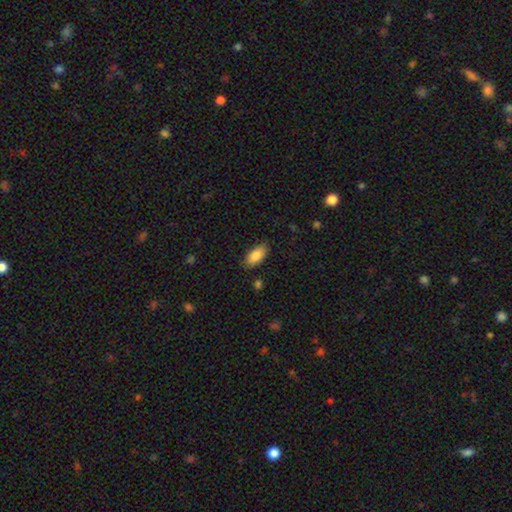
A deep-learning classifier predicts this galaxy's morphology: Smooth or featured?
  - smooth: 85% *
  - featured or disk: 8%
  - star or artifact: 7%
How rounded?
  - in between: 89% *
  - cigar-shaped: 8%
  - round: 2%
Merging?
  - none: 85% *
  - minor disturbance: 11%
  - major disturbance: 2%
  - merger: 1%